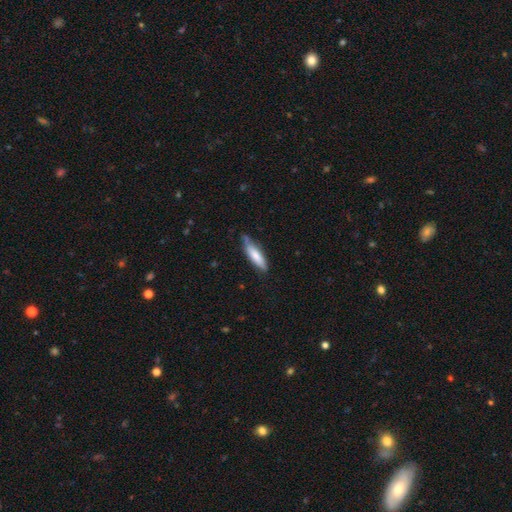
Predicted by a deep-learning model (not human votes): A smooth galaxy with no disk features (75%) that is cigar-shaped (66%).

Vote fractions:
- Smooth or featured? smooth: 75% / featured or disk: 19% / star or artifact: 6%
- How rounded? cigar-shaped: 66% / in between: 33% / round: 1%
- Merging? none: 65% / minor disturbance: 27% / major disturbance: 5% / merger: 3%